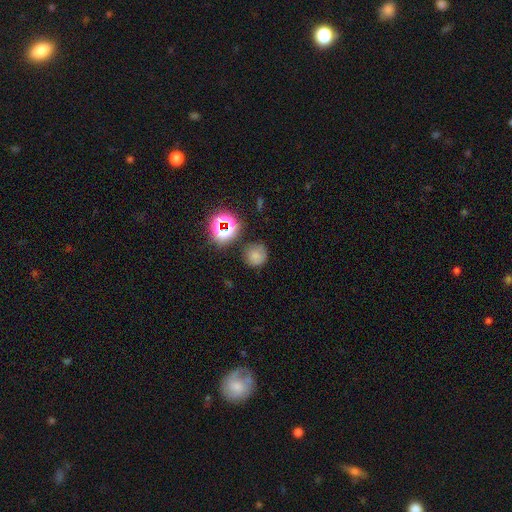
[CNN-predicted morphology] Overall: smooth (70%). How rounded: round (90%). Merging: none (76%).